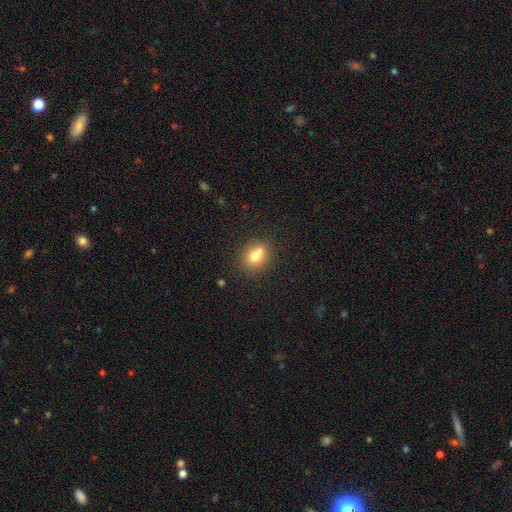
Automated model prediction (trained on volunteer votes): Overall: smooth (71%). How rounded: round (69%; in between 30%). Merging: none (54%; merger 31%).